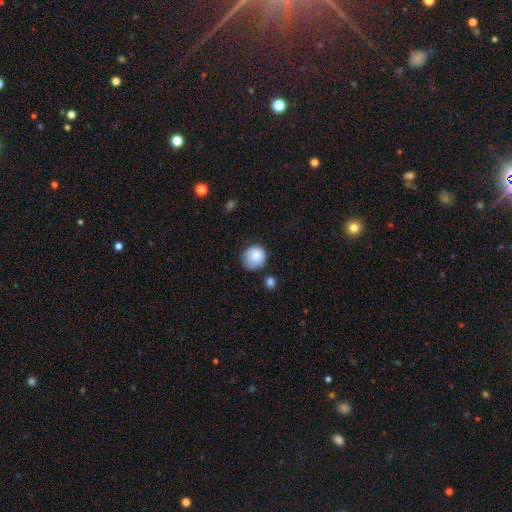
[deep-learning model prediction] This appears to be a smooth galaxy with no disk features (85%) that is round (87%). Merging: none (66%).